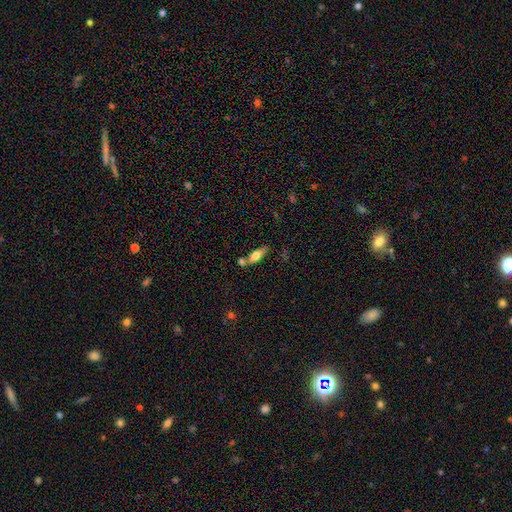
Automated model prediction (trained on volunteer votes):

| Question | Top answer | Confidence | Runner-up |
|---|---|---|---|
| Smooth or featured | smooth | 63% | featured or disk (30%) |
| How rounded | in between | 52% | cigar-shaped (45%) |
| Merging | none | 56% | merger (23%) |